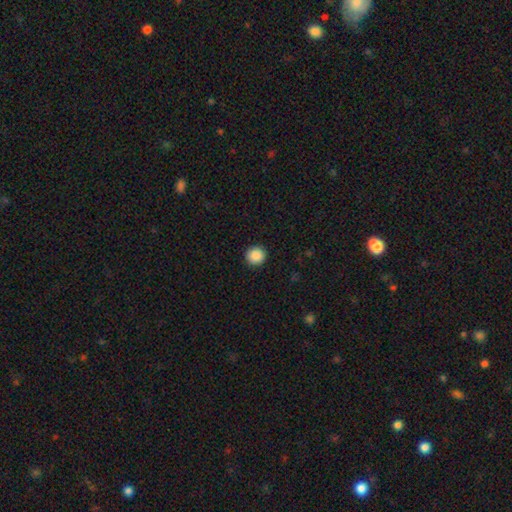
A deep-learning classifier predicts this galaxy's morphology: A smooth galaxy with no disk features (89%) that is round (94%). Merging: none (93%).